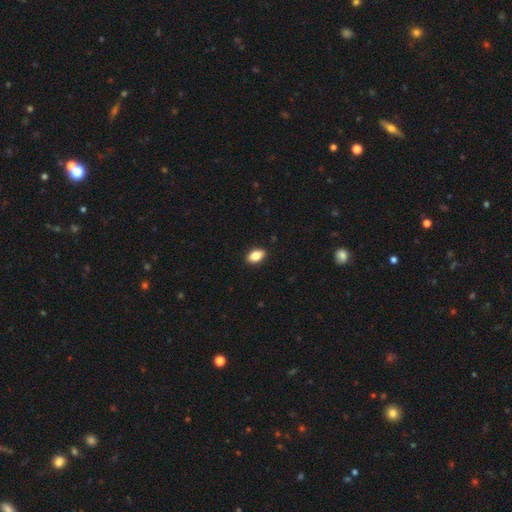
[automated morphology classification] Smooth or featured?
  - smooth: 85% *
  - featured or disk: 8%
  - star or artifact: 8%
How rounded?
  - in between: 89% *
  - round: 8%
  - cigar-shaped: 3%
Merging?
  - none: 90% *
  - minor disturbance: 8%
  - major disturbance: 2%
  - merger: 1%